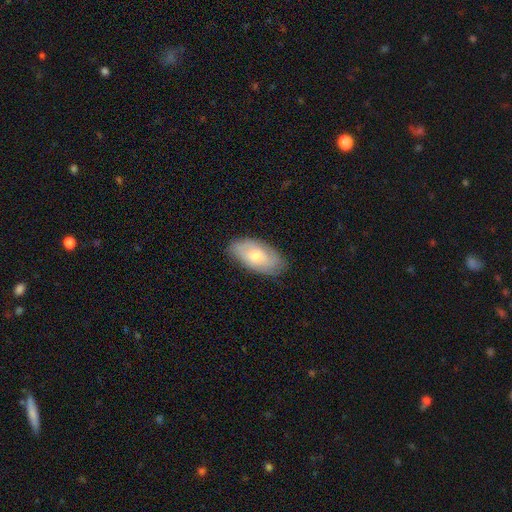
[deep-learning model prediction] smooth-or-featured: smooth: 59% | featured or disk: 35% | star or artifact: 7%
  how-rounded: in between: 93% | cigar-shaped: 4% | round: 3%
  merging: none: 81% | minor disturbance: 15% | major disturbance: 3% | merger: 1%